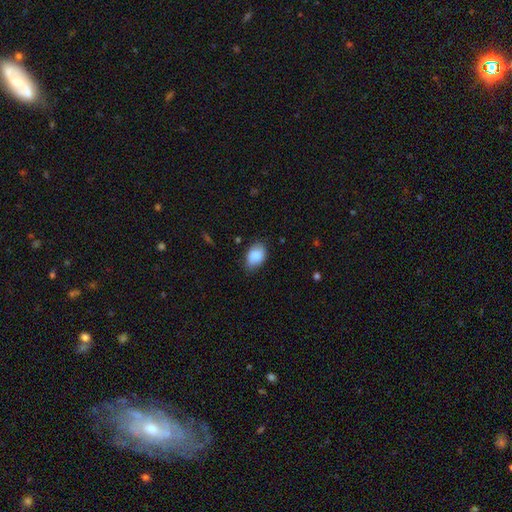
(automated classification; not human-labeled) Smooth or featured? Predicted: smooth (p=0.81). How rounded? Predicted: in between (p=0.86). Merging? Predicted: none (p=0.75).